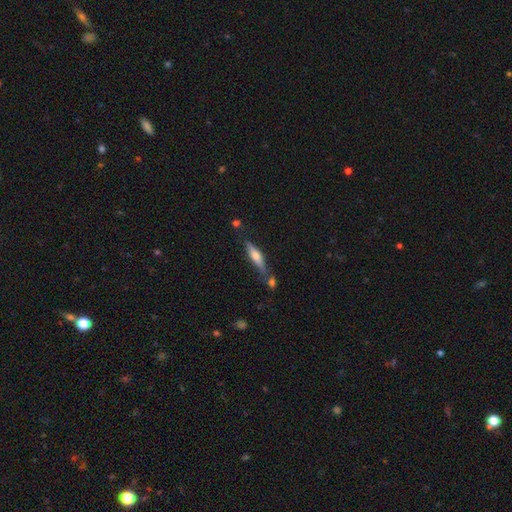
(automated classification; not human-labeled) The model was most divided on "smooth or featured": smooth: 48%, featured or disk: 45%, star or artifact: 7%. More confident: merging — none (64%).